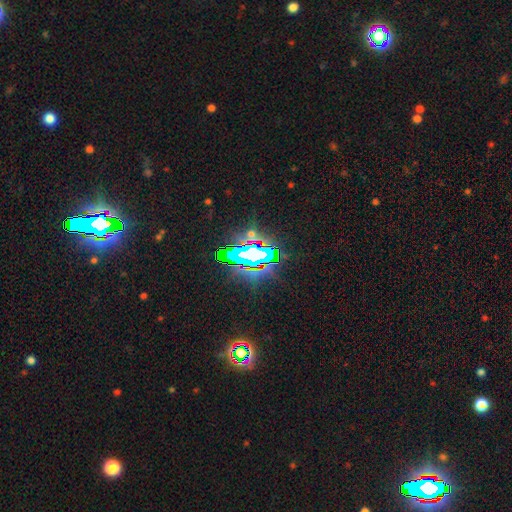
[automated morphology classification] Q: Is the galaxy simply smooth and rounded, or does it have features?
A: star or artifact — 72%.